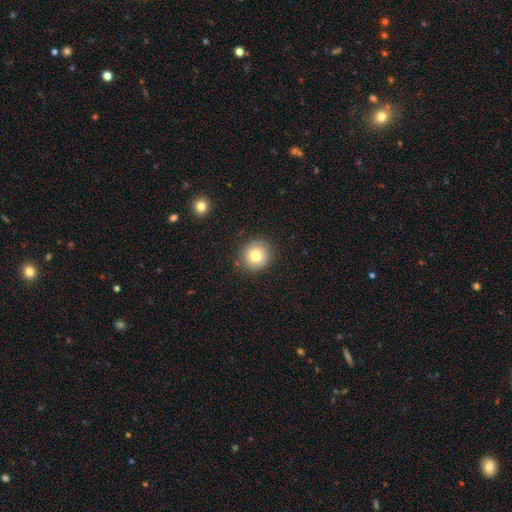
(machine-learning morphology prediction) This appears to be a smooth galaxy with no disk features (79%) that is round (91%). Merging: none (85%).